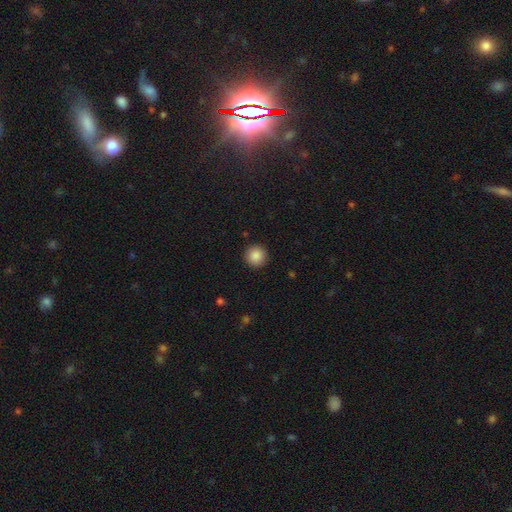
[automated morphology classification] type=smooth (87%); roundness=round (95%); merging=none (92%).